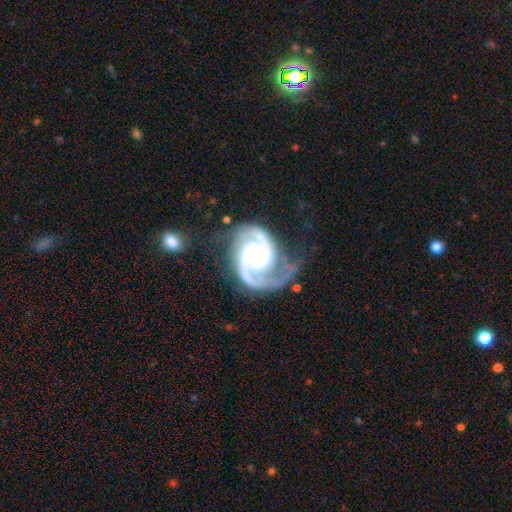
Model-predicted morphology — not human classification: The model was most divided on "spiral winding": medium: 51%, tight: 42%, loose: 7%. Remaining: spiral arms — yes (99%); edge-on disk — no (98%); smooth or featured — featured or disk (93%); spiral arm count — 2 (86%); merging — none (59%); bulge size — small (55%); bar — no (48%).